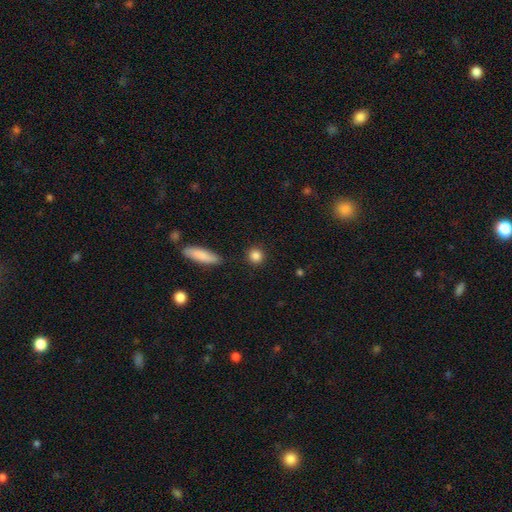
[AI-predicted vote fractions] Smooth or featured? smooth (85%)
How rounded? round (87%)
Merging? none (89%)